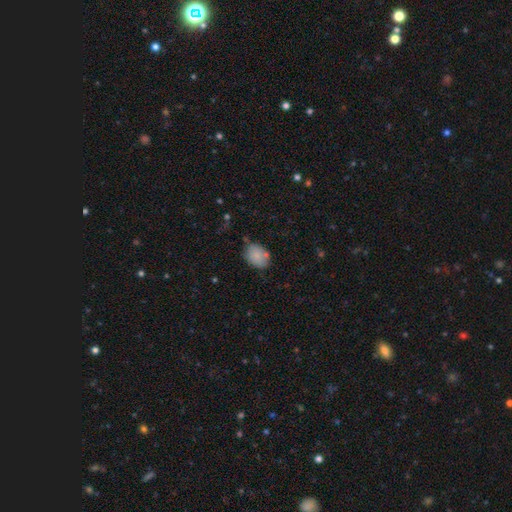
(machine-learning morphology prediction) A smooth galaxy with no disk features (83%) that is in between round and cigar-shaped (67%).

Vote fractions:
- Smooth or featured? smooth: 83% / featured or disk: 9% / star or artifact: 8%
- How rounded? in between: 67% / round: 32% / cigar-shaped: 1%
- Merging? none: 69% / minor disturbance: 20% / merger: 6% / major disturbance: 5%